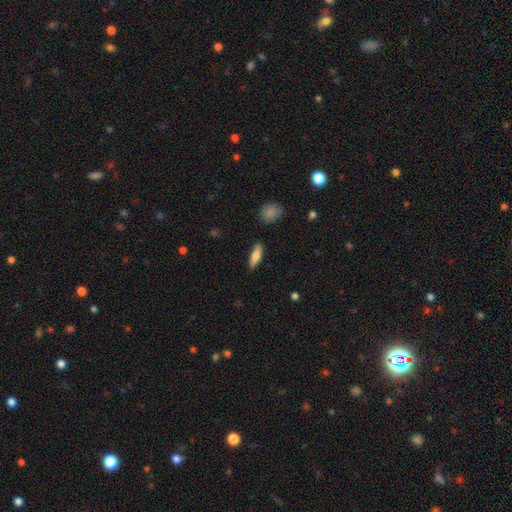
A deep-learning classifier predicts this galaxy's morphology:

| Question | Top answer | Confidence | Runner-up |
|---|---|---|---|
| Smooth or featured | smooth | 73% | featured or disk (21%) |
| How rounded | cigar-shaped | 53% | in between (44%) |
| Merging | none | 86% | minor disturbance (10%) |